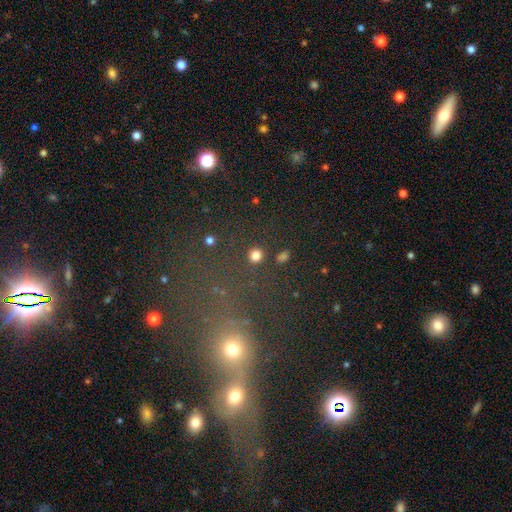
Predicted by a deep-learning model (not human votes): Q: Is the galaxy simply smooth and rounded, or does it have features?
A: smooth — 81%.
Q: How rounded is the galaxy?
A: round — 89%.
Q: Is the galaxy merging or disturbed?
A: none — 86%.